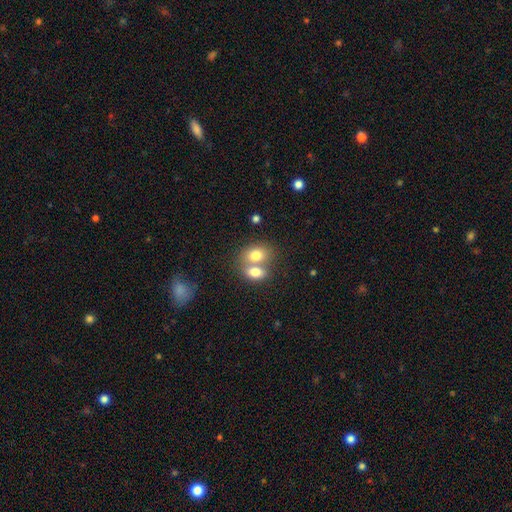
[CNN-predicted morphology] type=smooth (76%); roundness=in between (65%); merging=merger (63%).